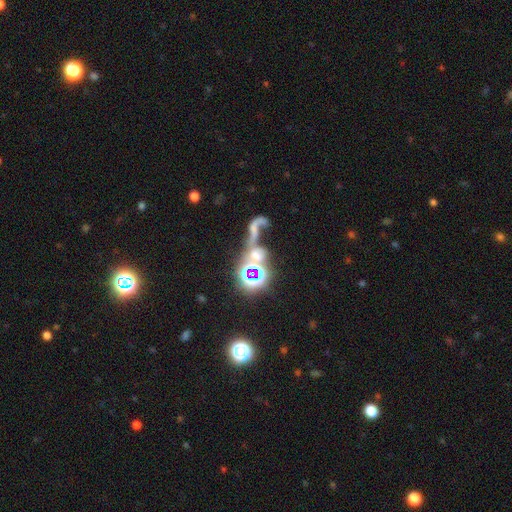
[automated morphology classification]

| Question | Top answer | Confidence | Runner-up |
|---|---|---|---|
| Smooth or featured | star or artifact | 44% | smooth (29%) |